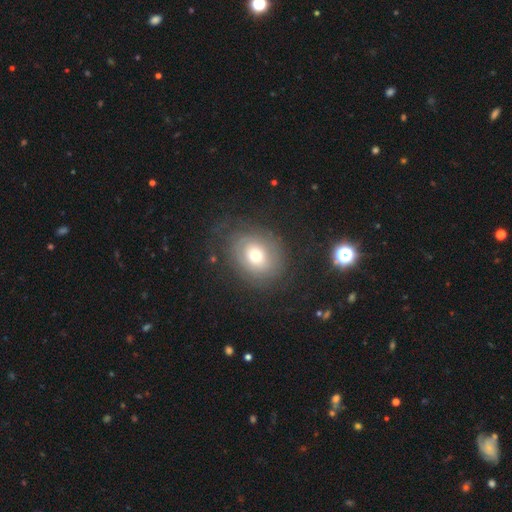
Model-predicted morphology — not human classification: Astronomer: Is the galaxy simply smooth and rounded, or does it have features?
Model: featured or disk — 48% (runner-up: smooth, 41%).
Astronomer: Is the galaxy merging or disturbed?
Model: none — 69%.